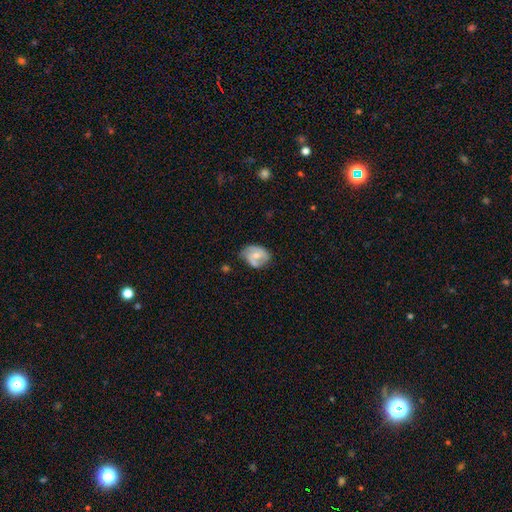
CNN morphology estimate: A featured or disk galaxy (58%) with no bar (52%), spiral arms (74%) and a moderate central bulge (56%).

Vote fractions:
- Smooth or featured? featured or disk: 58% / smooth: 36% / star or artifact: 7%
- Edge-on disk? no: 97% / yes: 3%
- Bar? no: 52% / weak: 37% / strong: 11%
- Spiral arms? yes: 74% / no: 26%
- Bulge size? moderate: 56% / small: 38% / none: 3% / large: 2% / dominant: 1%
- Merging? none: 51% / minor disturbance: 32% / major disturbance: 11% / merger: 6%